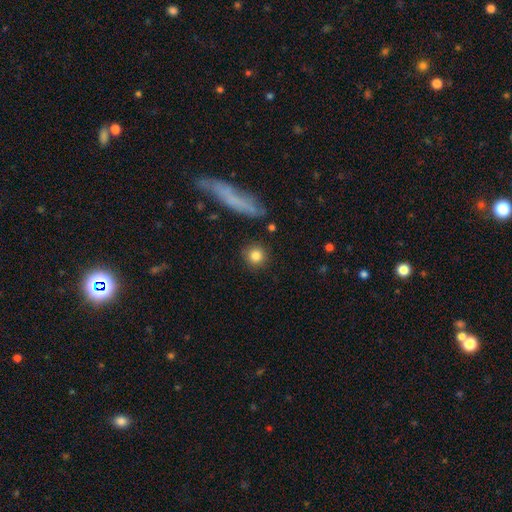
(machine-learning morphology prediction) Smooth or featured? Predicted: smooth (p=0.83). How rounded? Predicted: round (p=0.92). Merging? Predicted: none (p=0.87).